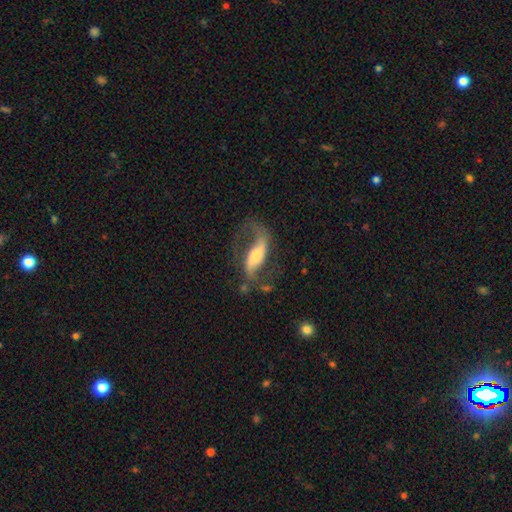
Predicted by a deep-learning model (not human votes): Morphology: type=featured or disk (81%); edge-on=no (89%); bar=strong (47%); spiral arms=yes (92%); winding=loose (70%); arm count=2 (85%); bulge=moderate (52%); merging=none (59%).